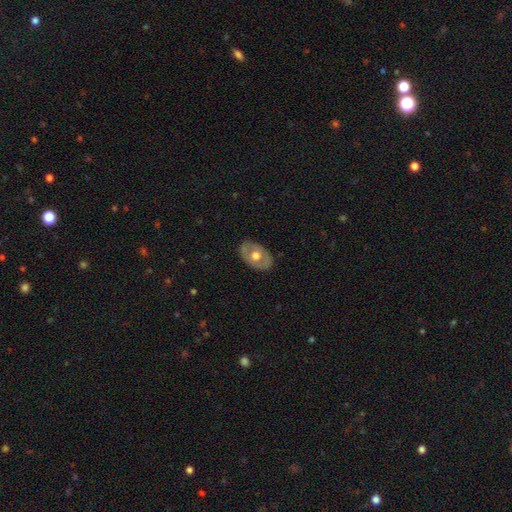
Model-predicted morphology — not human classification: featured or disk 49%, smooth 46%, star or artifact 5%. Down the decision tree: merging — none (82%).